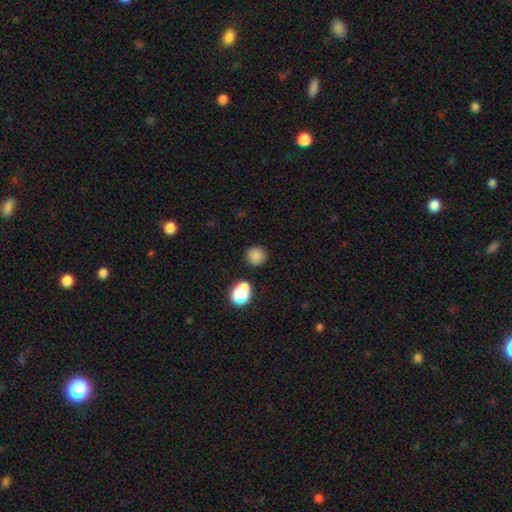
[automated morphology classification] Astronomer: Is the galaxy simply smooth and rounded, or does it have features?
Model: smooth — 81%.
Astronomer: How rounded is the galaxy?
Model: round — 90%.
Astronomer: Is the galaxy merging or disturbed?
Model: none — 81%.